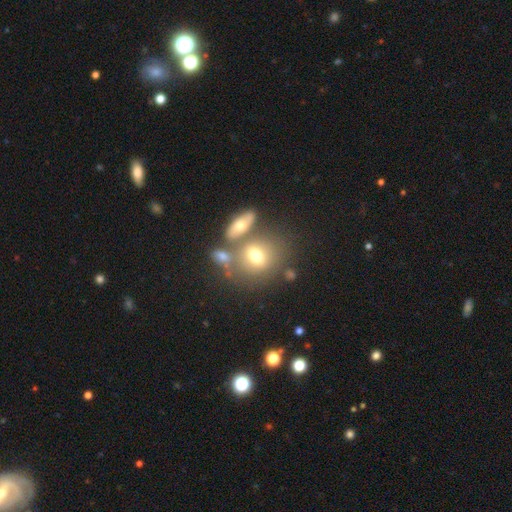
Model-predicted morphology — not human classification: A smooth galaxy with no disk features (67%) that is round (49%).

Vote fractions:
- Smooth or featured? smooth: 67% / featured or disk: 22% / star or artifact: 11%
- How rounded? round: 49% / in between: 48% / cigar-shaped: 2%
- Merging? none: 52% / merger: 29% / minor disturbance: 13% / major disturbance: 6%